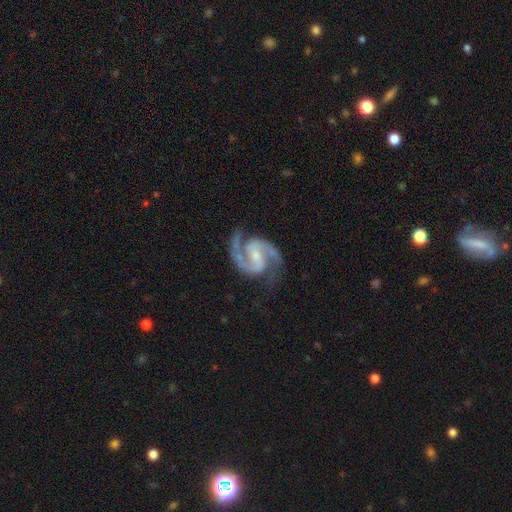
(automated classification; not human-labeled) Q: Smooth or featured?
A: featured or disk (94%); runner-up: star or artifact (4%)
Q: Edge-on disk?
A: no (98%); runner-up: yes (2%)
Q: Bar?
A: weak (46%); runner-up: no (27%)
Q: Spiral arms?
A: yes (99%); runner-up: no (1%)
Q: Spiral winding?
A: medium (66%); runner-up: tight (23%)
Q: Spiral arm count?
A: 2 (94%); runner-up: 3 (2%)
Q: Bulge size?
A: small (55%); runner-up: moderate (34%)
Q: Merging?
A: none (79%); runner-up: minor disturbance (14%)